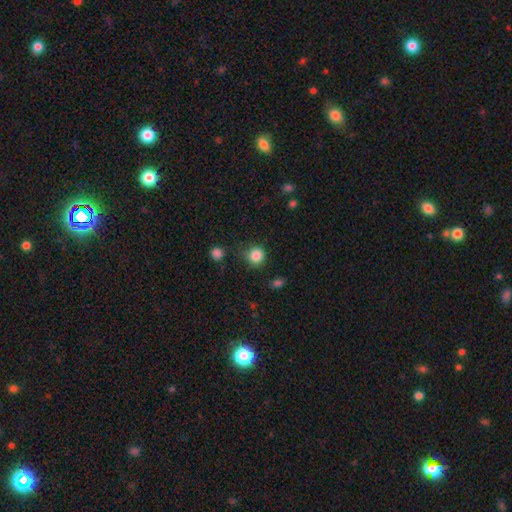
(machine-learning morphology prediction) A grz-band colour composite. It shows a smooth galaxy with no disk features (84%) that is round (90%). Merging: none (78%).